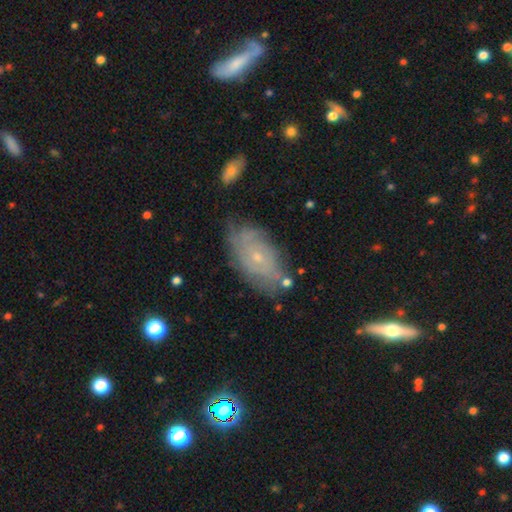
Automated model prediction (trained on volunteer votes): This is likely a featured or disk galaxy (63%). It is clearly not viewed edge-on (90%). Bar: clearly no (83%). Spiral arm pattern: likely yes (76%). Central bulge: clearly small (81%). Merging: likely none (72%).